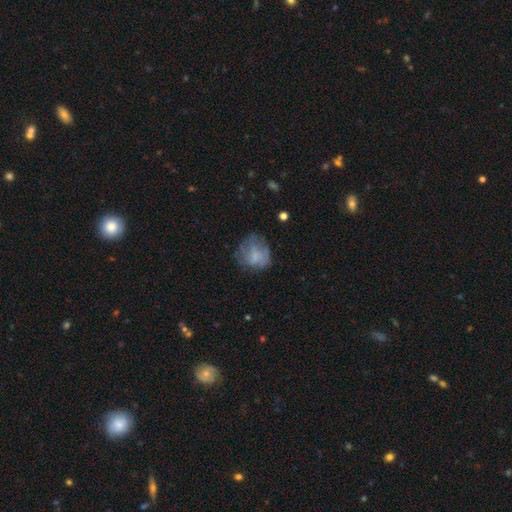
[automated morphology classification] This appears to be a smooth galaxy with no disk features (58%) that is round (69%). Merging: none (55%).